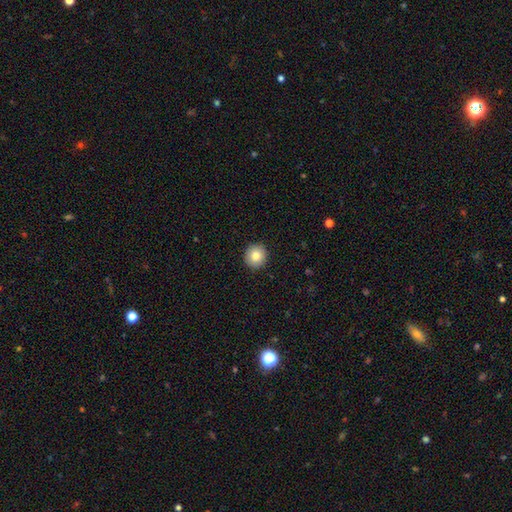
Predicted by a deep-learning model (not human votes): smooth_or_featured: smooth (p=0.85) [alt: star or artifact p=0.09]
how_rounded: round (p=0.93) [alt: in between p=0.06]
merging: none (p=0.93) [alt: minor disturbance p=0.05]